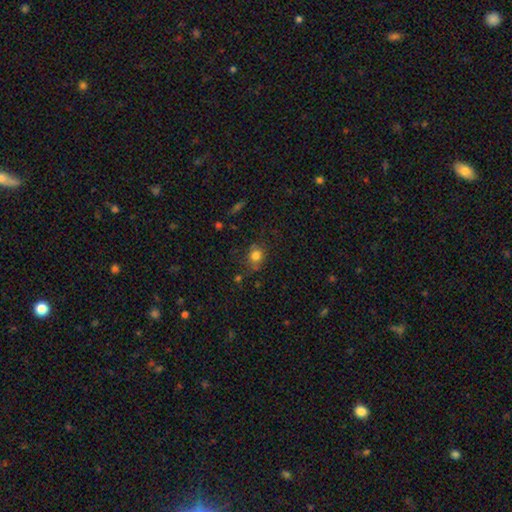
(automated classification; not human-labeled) The model was most divided on "merging": none: 70%, minor disturbance: 20%, major disturbance: 6%, merger: 4%. More confident: smooth or featured — smooth (80%); how rounded — round (77%).